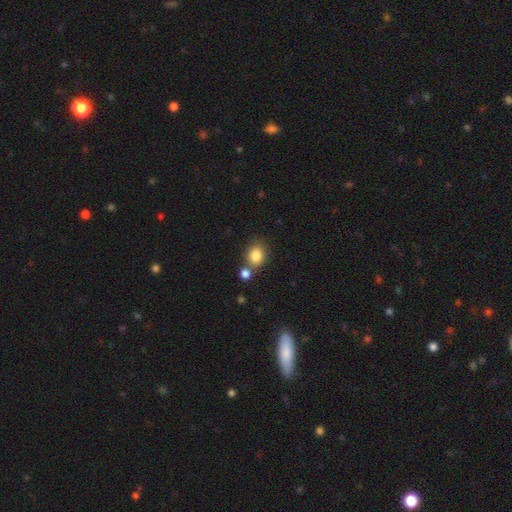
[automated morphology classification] This appears to be a smooth galaxy with no disk features (83%) that is round (58%). Merging: none (62%).